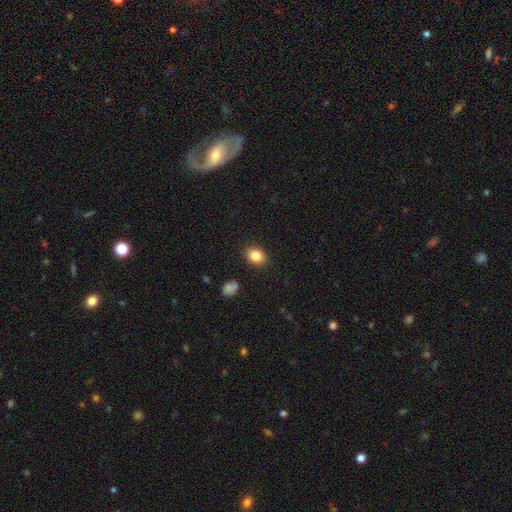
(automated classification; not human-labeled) This appears to be a smooth galaxy with no disk features (84%) that is in between round and cigar-shaped (62%). Merging: none (89%).